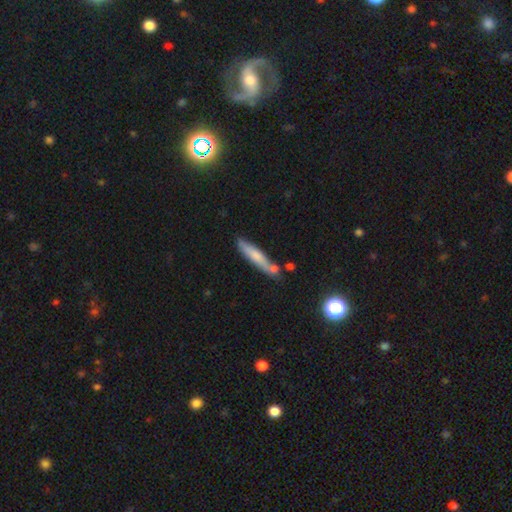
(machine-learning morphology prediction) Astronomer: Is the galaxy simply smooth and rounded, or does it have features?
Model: smooth — 66%.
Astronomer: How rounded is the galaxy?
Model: cigar-shaped — 89%.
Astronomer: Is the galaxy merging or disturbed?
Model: none — 66%.